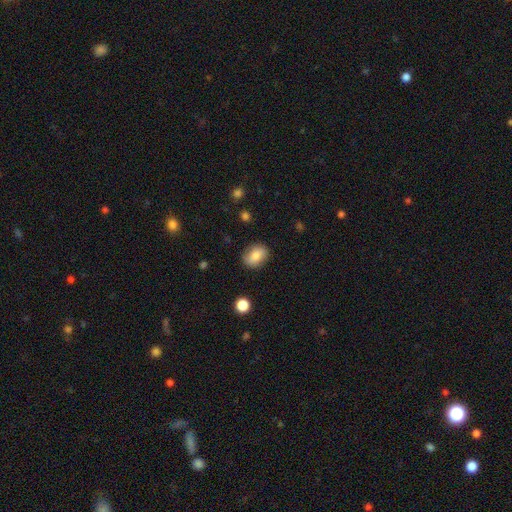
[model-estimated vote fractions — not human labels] A smooth galaxy with no disk features (82%) that is in between round and cigar-shaped (74%). Merging: none (83%).